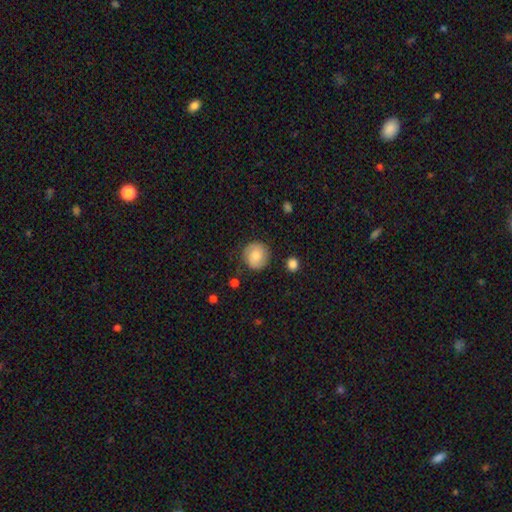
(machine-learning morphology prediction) Smooth or featured? smooth (67%)
How rounded? round (90%)
Merging? none (79%)